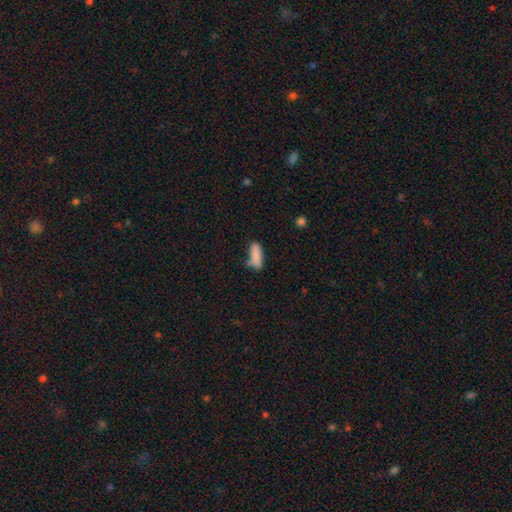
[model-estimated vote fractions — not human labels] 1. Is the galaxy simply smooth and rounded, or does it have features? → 84% smooth, 8% featured or disk, 8% star or artifact.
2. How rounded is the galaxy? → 65% in between, 32% cigar-shaped, 2% round.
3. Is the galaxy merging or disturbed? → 52% none, 29% minor disturbance, 9% major disturbance, 9% merger.